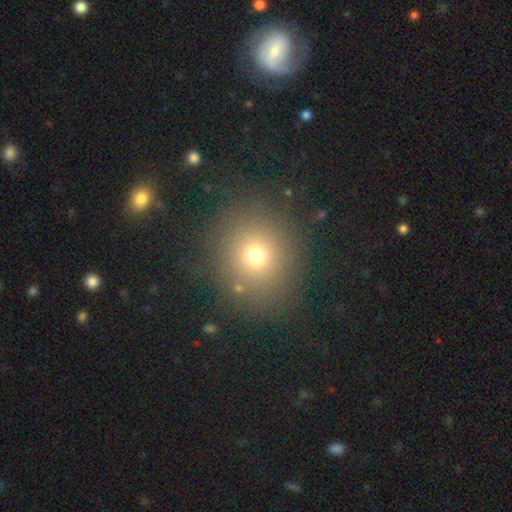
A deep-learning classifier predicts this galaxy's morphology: A smooth galaxy with no disk features (71%) that is round (82%).

Vote fractions:
- Smooth or featured? smooth: 71% / star or artifact: 19% / featured or disk: 10%
- How rounded? round: 82% / in between: 17% / cigar-shaped: 1%
- Merging? none: 84% / minor disturbance: 9% / major disturbance: 5% / merger: 2%